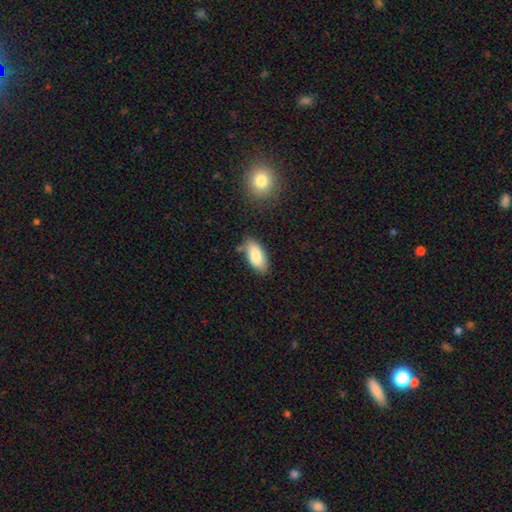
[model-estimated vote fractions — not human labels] Q: Smooth or featured?
A: smooth (84%); runner-up: featured or disk (9%)
Q: How rounded?
A: in between (89%); runner-up: cigar-shaped (9%)
Q: Merging?
A: none (76%); runner-up: minor disturbance (16%)